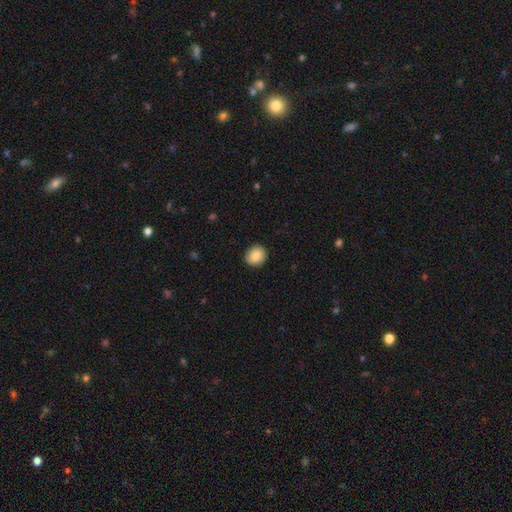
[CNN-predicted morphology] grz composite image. It shows a smooth galaxy with no disk features (86%) that is round (78%). Merging: none (90%).